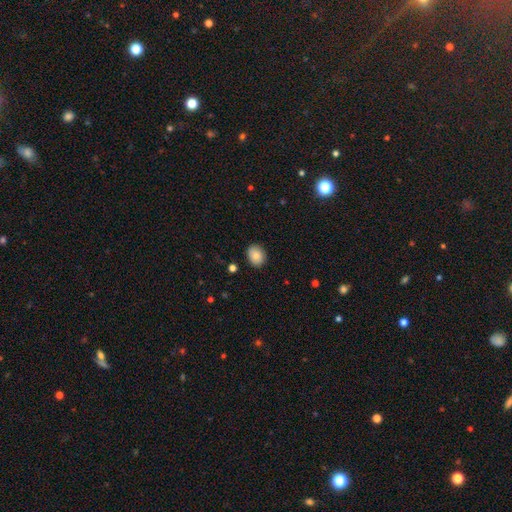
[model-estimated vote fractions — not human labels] smooth 84%, star or artifact 8%, featured or disk 7%. Down the decision tree: how rounded — round (50%); merging — none (88%).